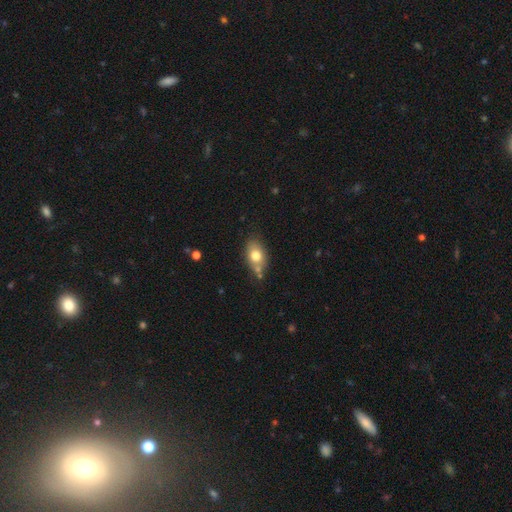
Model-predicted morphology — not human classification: This is likely a smooth galaxy (74%). How rounded: clearly in between (80%). Merging: likely none (65%).